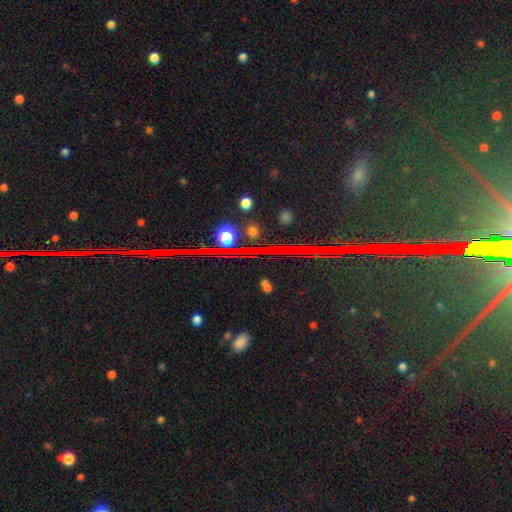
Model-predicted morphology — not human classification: This appears to be a star or artifact, not a galaxy (81%).